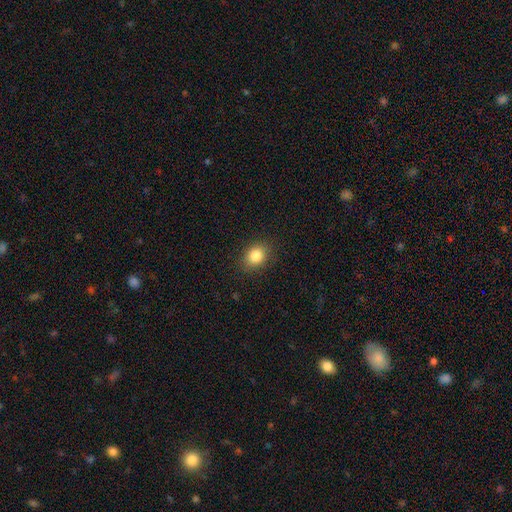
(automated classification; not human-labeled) smooth-or-featured: smooth: 84% | star or artifact: 10% | featured or disk: 6%
  how-rounded: in between: 51% | round: 48% | cigar-shaped: 1%
  merging: none: 87% | minor disturbance: 9% | major disturbance: 3% | merger: 1%